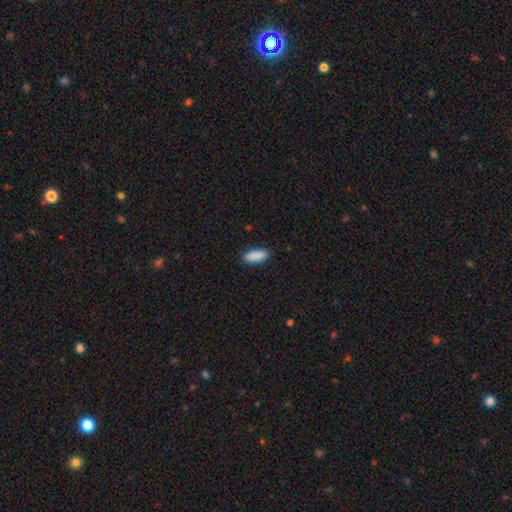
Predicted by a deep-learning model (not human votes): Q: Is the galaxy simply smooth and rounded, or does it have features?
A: smooth — 90%.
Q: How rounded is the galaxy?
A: in between — 76%.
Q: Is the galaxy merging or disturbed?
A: none — 88%.